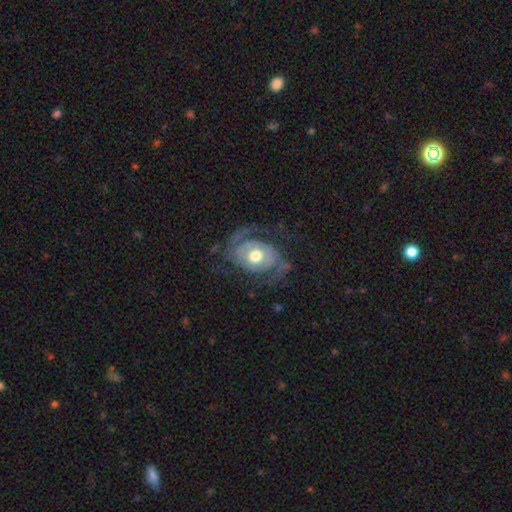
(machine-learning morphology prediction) Smooth or featured? Predicted: featured or disk (p=0.81). Edge-on disk? Predicted: no (p=0.97). Bar? Predicted: no (p=0.73). Spiral arms? Predicted: yes (p=0.89). Spiral winding? Predicted: medium (p=0.41). Spiral arm count? Predicted: 2 (p=0.66). Bulge size? Predicted: moderate (p=0.68). Merging? Predicted: none (p=0.57).